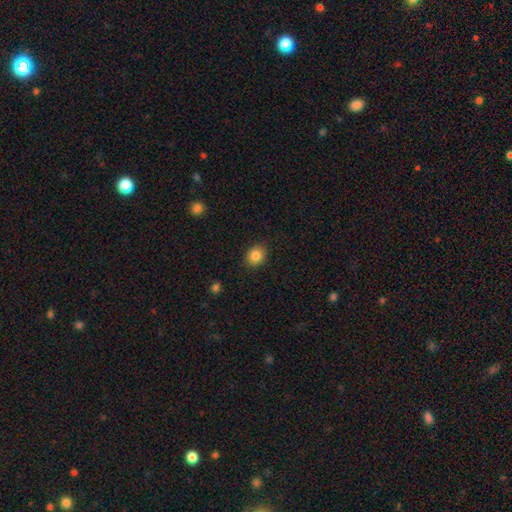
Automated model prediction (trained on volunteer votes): Smooth or featured? smooth (84%)
How rounded? round (65%)
Merging? none (89%)